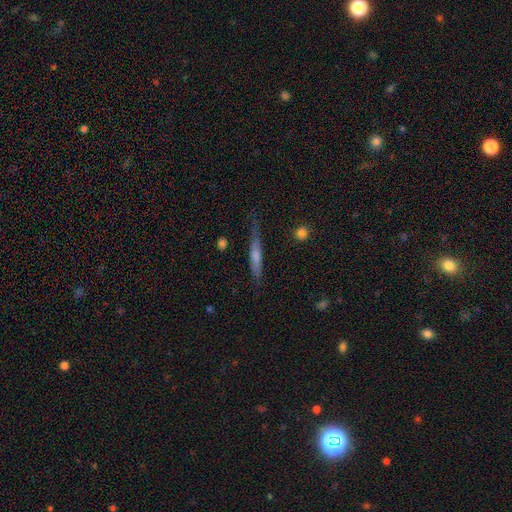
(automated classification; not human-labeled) Smooth or featured? featured or disk (62%)
Edge-on disk? yes (94%)
Edge-on bulge? rounded (71%)
Merging? none (81%)